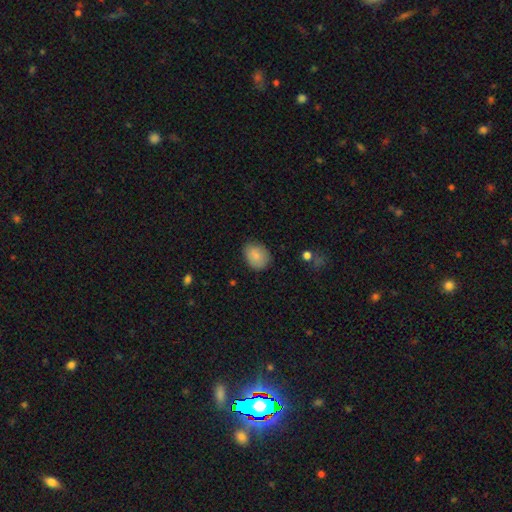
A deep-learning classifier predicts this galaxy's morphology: type=smooth (85%); roundness=in between (56%); merging=none (76%).